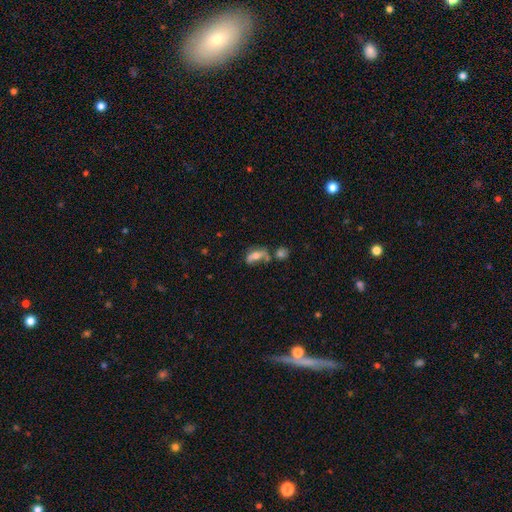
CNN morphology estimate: A smooth galaxy with no disk features (54%) that is in between round and cigar-shaped (72%). Merging: none (39%).